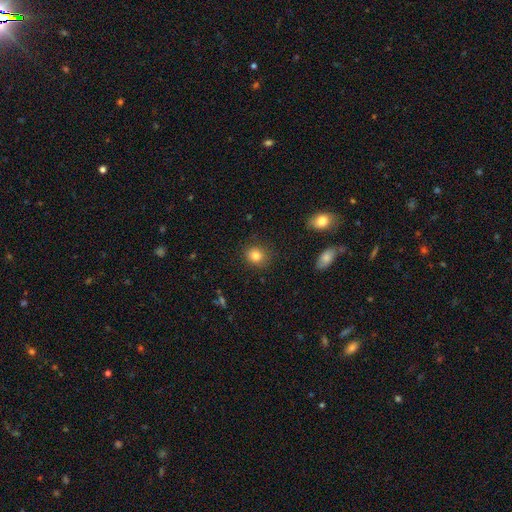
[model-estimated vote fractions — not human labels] Smooth or featured?
  - smooth: 82% *
  - star or artifact: 11%
  - featured or disk: 7%
How rounded?
  - round: 77% *
  - in between: 22%
  - cigar-shaped: 1%
Merging?
  - none: 86% *
  - minor disturbance: 10%
  - major disturbance: 3%
  - merger: 1%